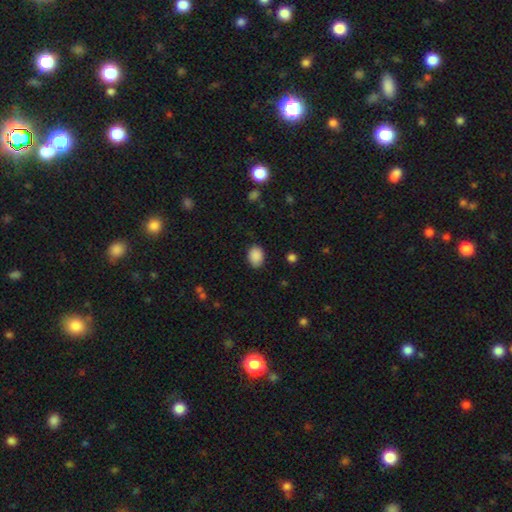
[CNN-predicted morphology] type=smooth (89%); roundness=in between (67%); merging=none (83%).